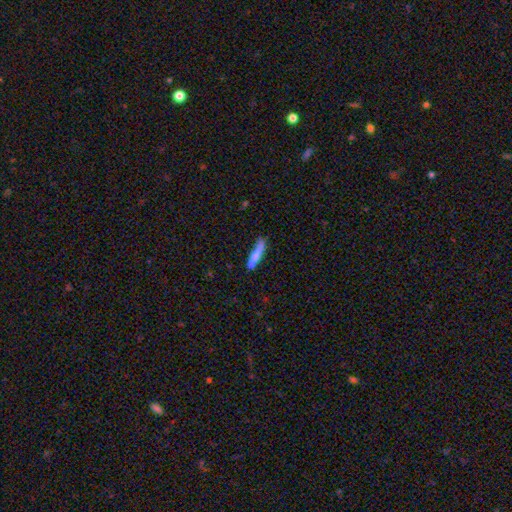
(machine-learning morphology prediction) Overall: smooth (69%). How rounded: cigar-shaped (88%). Merging: none (58%; minor disturbance 21%).